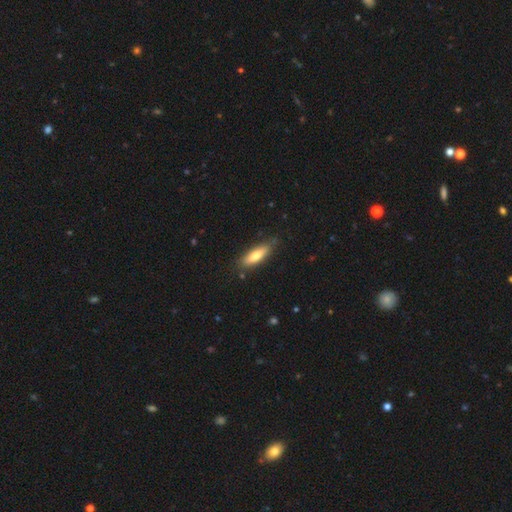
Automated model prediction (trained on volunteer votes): Morphology: type=smooth (72%); roundness=cigar-shaped (52%); merging=none (82%).